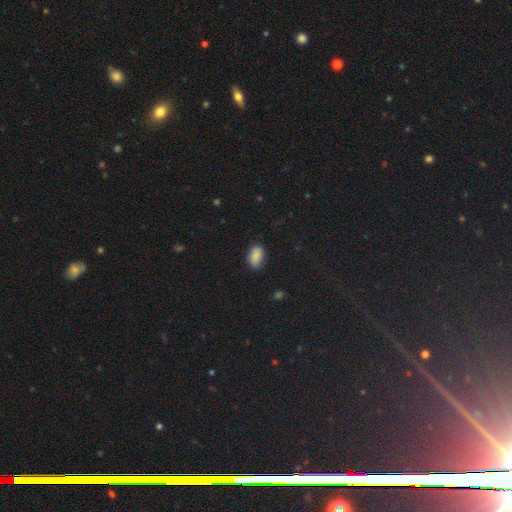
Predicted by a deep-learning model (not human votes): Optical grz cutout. It shows a smooth galaxy with no disk features (83%) that is in between round and cigar-shaped (91%). Merging: none (76%).